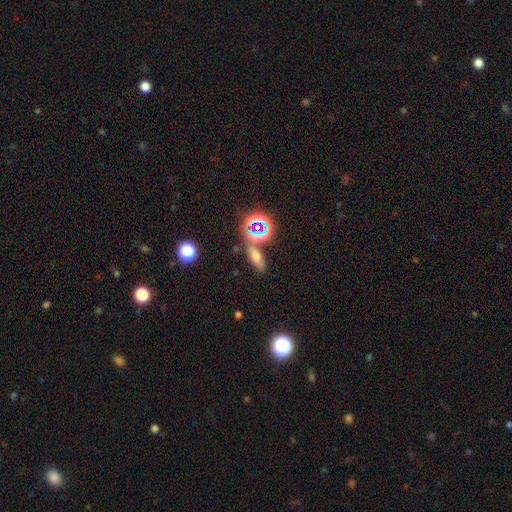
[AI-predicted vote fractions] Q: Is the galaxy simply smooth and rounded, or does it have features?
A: smooth — 57%.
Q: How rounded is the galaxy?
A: in between — 55%.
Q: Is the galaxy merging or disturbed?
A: none — 66%.